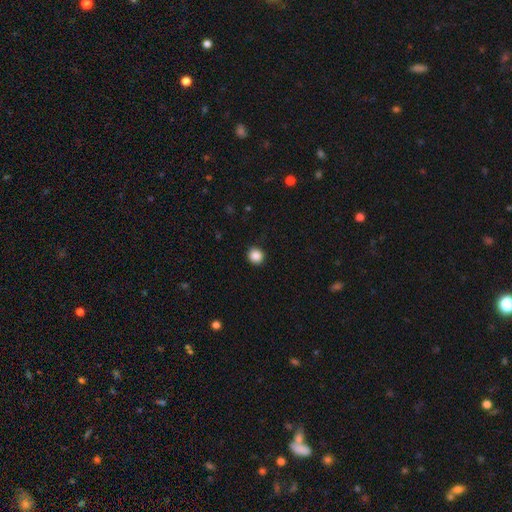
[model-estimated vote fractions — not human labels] A smooth galaxy with no disk features (88%) that is round (90%). Merging: none (91%).